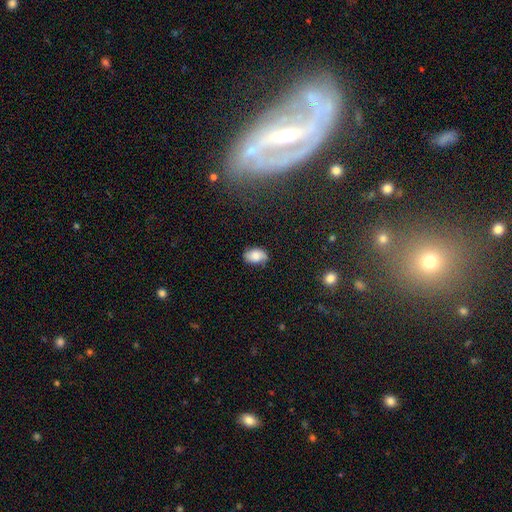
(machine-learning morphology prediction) Smooth or featured: smooth — 77% (featured or disk — 15%)
How rounded: in between — 87% (round — 11%)
Merging: none — 73% (minor disturbance — 22%)